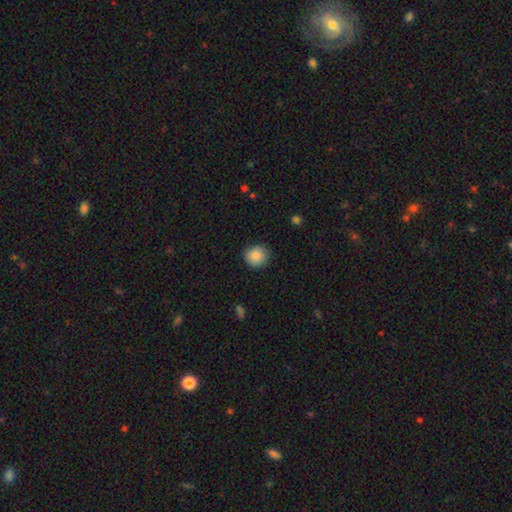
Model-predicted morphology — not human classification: Overall: smooth (86%). How rounded: round (87%). Merging: none (85%).